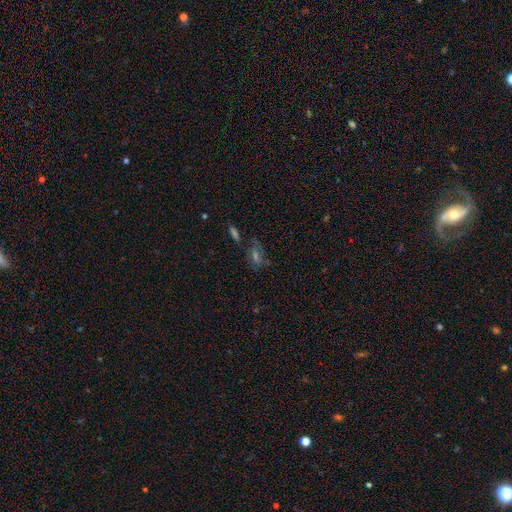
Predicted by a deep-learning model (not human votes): featured or disk 36%, star or artifact 33%, smooth 31%. Down the decision tree: merging — none (61%).